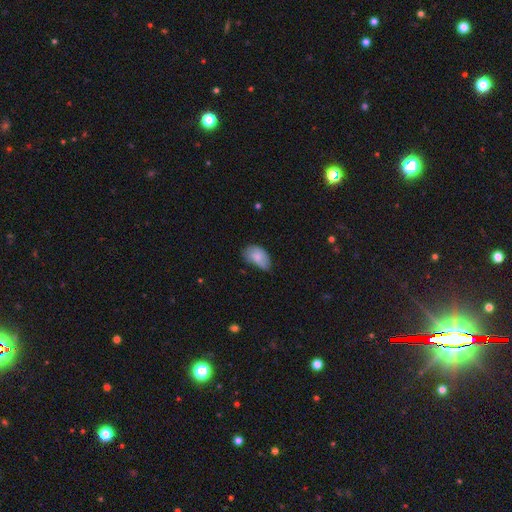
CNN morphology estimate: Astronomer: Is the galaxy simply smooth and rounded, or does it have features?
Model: smooth — 74%.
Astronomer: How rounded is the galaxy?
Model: in between — 91%.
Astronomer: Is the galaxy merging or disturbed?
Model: minor disturbance — 43% (runner-up: none, 42%).